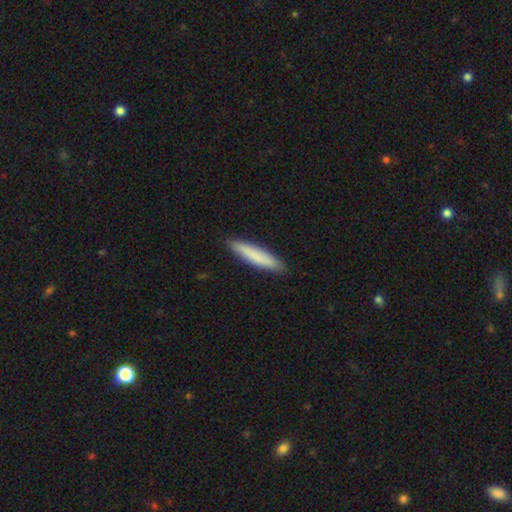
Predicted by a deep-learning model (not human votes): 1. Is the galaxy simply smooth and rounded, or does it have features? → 81% smooth, 14% featured or disk, 6% star or artifact.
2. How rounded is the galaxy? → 89% cigar-shaped, 10% in between, 1% round.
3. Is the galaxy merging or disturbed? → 89% none, 8% minor disturbance, 1% major disturbance, 1% merger.